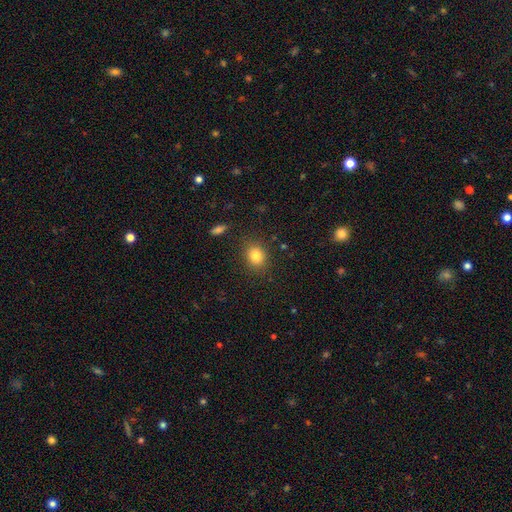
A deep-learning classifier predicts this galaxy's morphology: Overall: smooth (84%). How rounded: round (55%; in between 44%). Merging: none (85%).